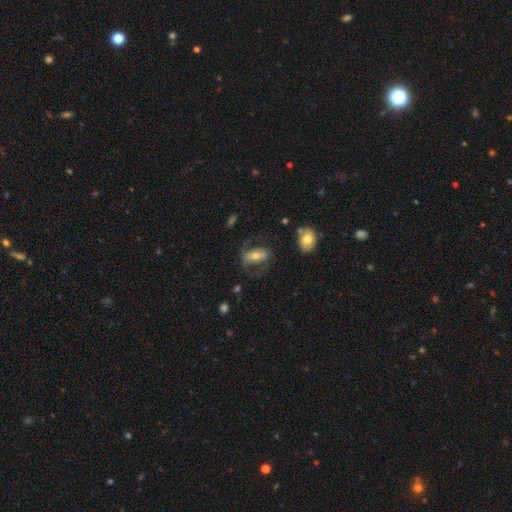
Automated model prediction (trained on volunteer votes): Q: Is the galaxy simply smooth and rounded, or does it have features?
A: featured or disk — 59%.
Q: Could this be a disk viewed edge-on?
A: no — 91%.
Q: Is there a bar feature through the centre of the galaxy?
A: strong — 44%.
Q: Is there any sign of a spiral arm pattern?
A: yes — 63%.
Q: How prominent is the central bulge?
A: moderate — 62%.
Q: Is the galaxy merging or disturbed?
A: none — 56%.